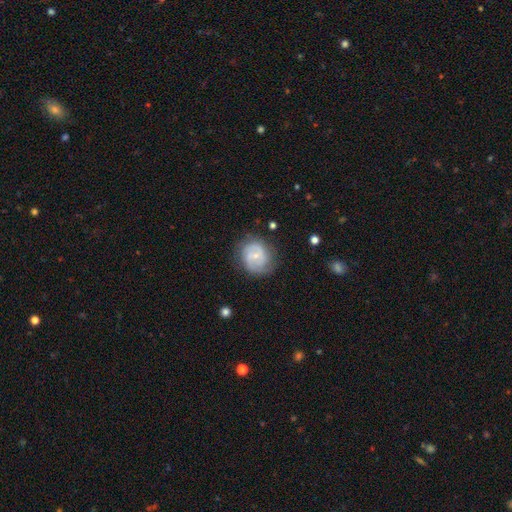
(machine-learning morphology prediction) Smooth or featured: featured or disk — 73% (smooth — 21%)
Edge-on disk: no — 98% (yes — 2%)
Bar: no — 58% (weak — 36%)
Spiral arms: yes — 91% (no — 9%)
Spiral winding: tight — 43% (tied with medium — 43%)
Spiral arm count: 2 — 58% (can't tell — 19%)
Bulge size: small — 70% (moderate — 25%)
Merging: none — 74% (minor disturbance — 18%)